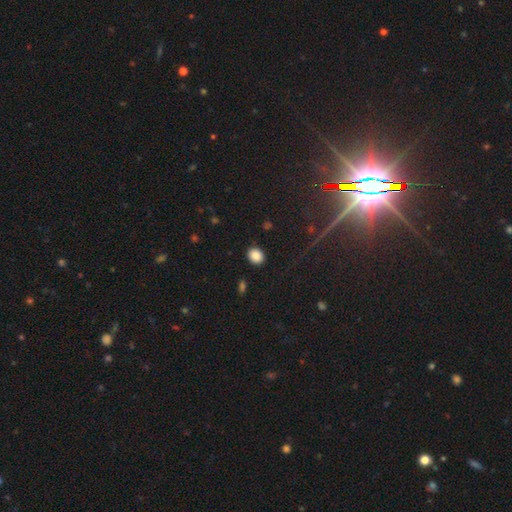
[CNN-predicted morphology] smooth-or-featured: smooth: 87% | star or artifact: 10% | featured or disk: 4%
  how-rounded: round: 57% | in between: 42% | cigar-shaped: 1%
  merging: none: 89% | minor disturbance: 8% | major disturbance: 2% | merger: 1%